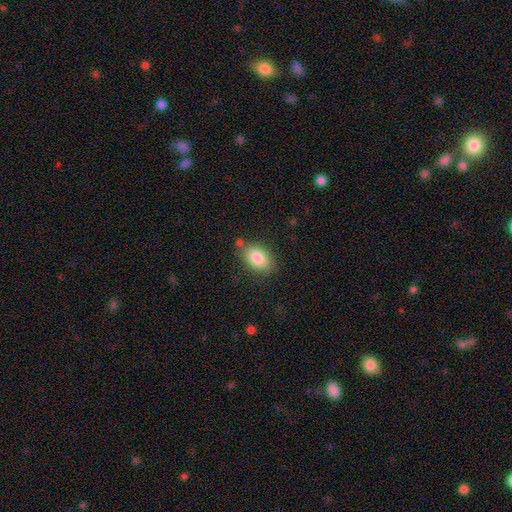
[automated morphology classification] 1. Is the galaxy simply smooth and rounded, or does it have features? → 85% smooth, 8% star or artifact, 7% featured or disk.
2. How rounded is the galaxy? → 86% in between, 13% round, 1% cigar-shaped.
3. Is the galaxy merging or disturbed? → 78% none, 14% minor disturbance, 5% merger, 3% major disturbance.